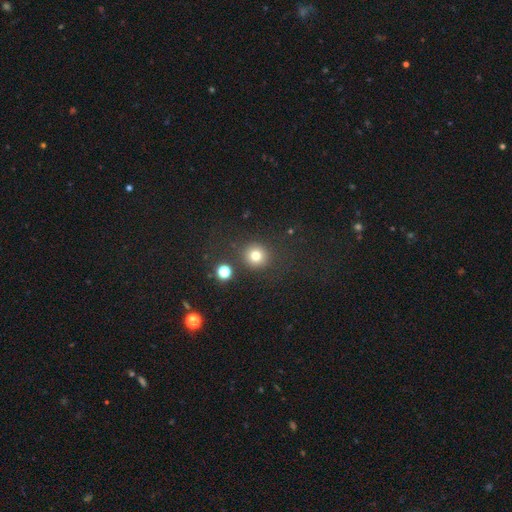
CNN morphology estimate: smooth_or_featured: smooth (p=0.78) [alt: star or artifact p=0.15]
how_rounded: round (p=0.92) [alt: in between p=0.07]
merging: none (p=0.84) [alt: minor disturbance p=0.08]